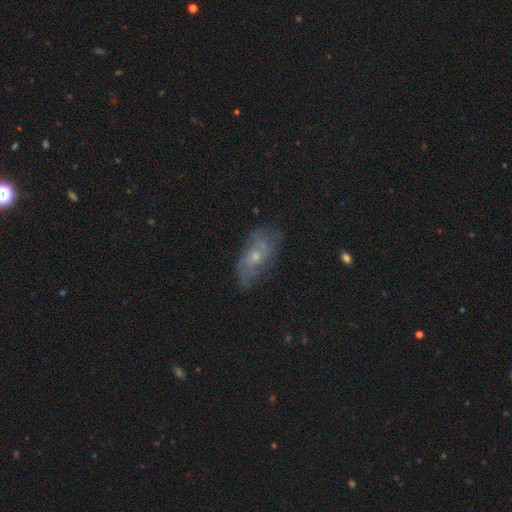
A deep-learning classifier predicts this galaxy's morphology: Smooth or featured: featured or disk — 59% (smooth — 31%)
Edge-on disk: no — 91% (yes — 9%)
Bar: no — 78% (weak — 19%)
Spiral arms: yes — 73% (no — 27%)
Bulge size: small — 56% (moderate — 39%)
Merging: none — 64% (minor disturbance — 24%)